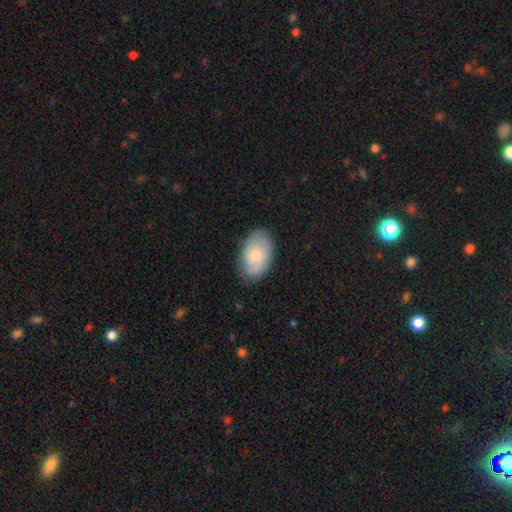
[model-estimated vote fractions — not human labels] Smooth or featured: smooth — 61% (featured or disk — 32%)
How rounded: in between — 91% (round — 7%)
Merging: none — 80% (minor disturbance — 15%)